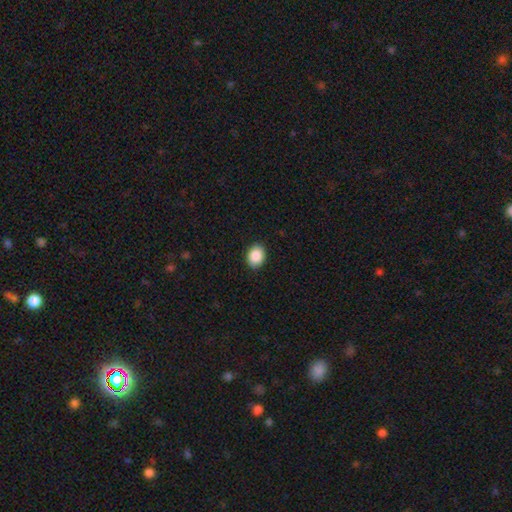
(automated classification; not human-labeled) This appears to be a smooth galaxy with no disk features (88%) that is in between round and cigar-shaped (61%). Merging: none (90%).